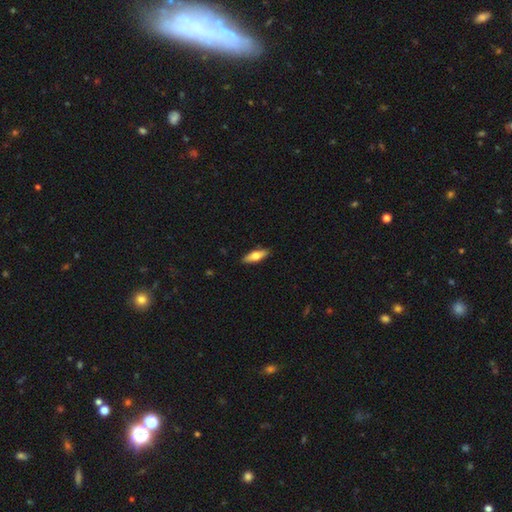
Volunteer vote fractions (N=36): Volunteers were most divided on "smooth or featured": smooth: 53%, featured or disk: 42%, star or artifact: 6%. More confident: merging — none (88%); how rounded — in between (79%).